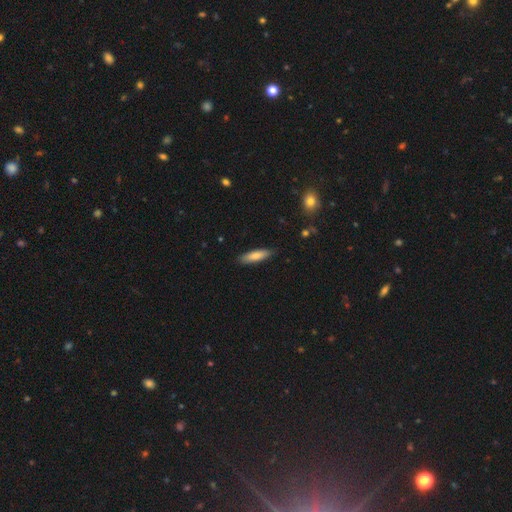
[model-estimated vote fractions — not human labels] The model was most divided on "how rounded": cigar-shaped: 66%, in between: 33%, round: 2%. More confident: merging — none (87%); smooth or featured — smooth (79%).